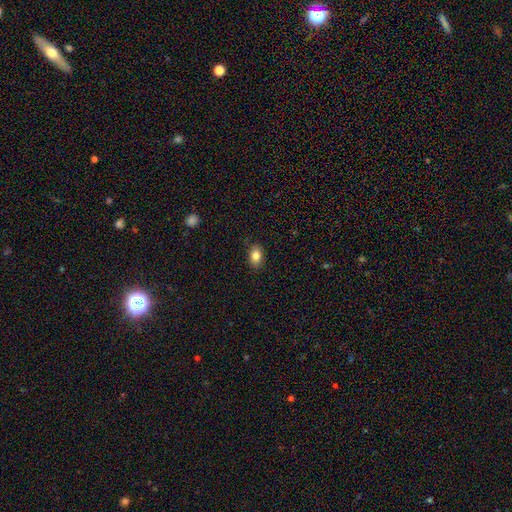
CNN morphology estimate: This is clearly a smooth galaxy (84%). How rounded: clearly in between (81%). Merging: clearly none (85%).